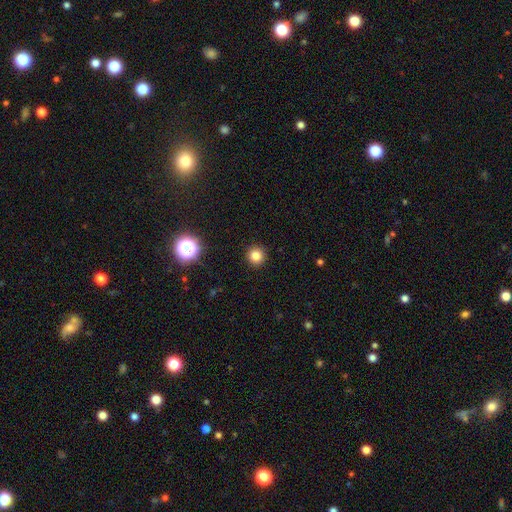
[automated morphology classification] A smooth galaxy with no disk features (81%) that is round (95%).

Vote fractions:
- Smooth or featured? smooth: 81% / star or artifact: 13% / featured or disk: 5%
- How rounded? round: 95% / in between: 4% / cigar-shaped: 1%
- Merging? none: 93% / minor disturbance: 5% / major disturbance: 2% / merger: 1%